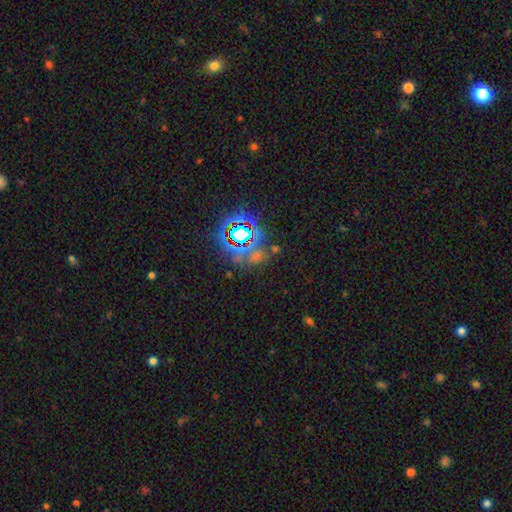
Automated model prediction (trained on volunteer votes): smooth-or-featured: star or artifact: 66% | smooth: 23% | featured or disk: 11%